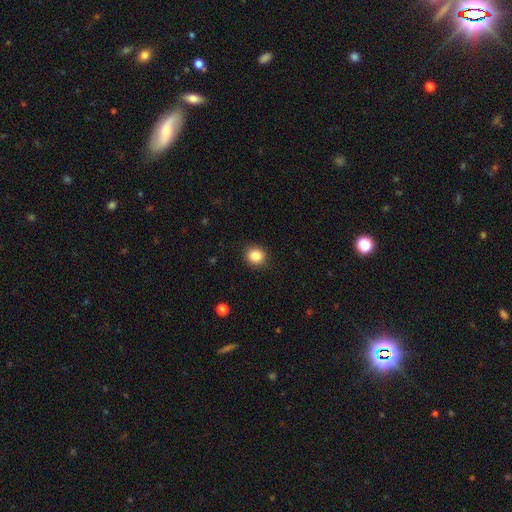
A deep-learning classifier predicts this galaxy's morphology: Smooth or featured? smooth (85%)
How rounded? round (85%)
Merging? none (90%)